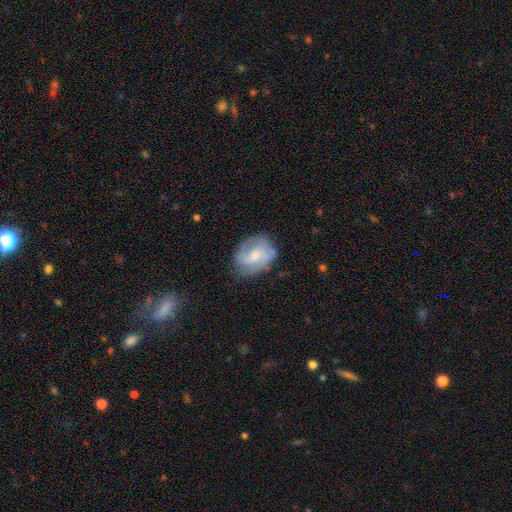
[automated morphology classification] smooth_or_featured: featured or disk (p=0.63) [alt: smooth p=0.30]
disk_edge_on: no (p=0.97) [alt: yes p=0.03]
bar: no (p=0.47) [alt: weak p=0.44]
has_spiral_arms: yes (p=0.85) [alt: no p=0.15]
spiral_winding: medium (p=0.45) [alt: tight p=0.29]
spiral_arm_count: 2 (p=0.58) [alt: can't tell p=0.20]
bulge_size: moderate (p=0.48) [alt: small p=0.40]
merging: none (p=0.63) [alt: minor disturbance p=0.25]